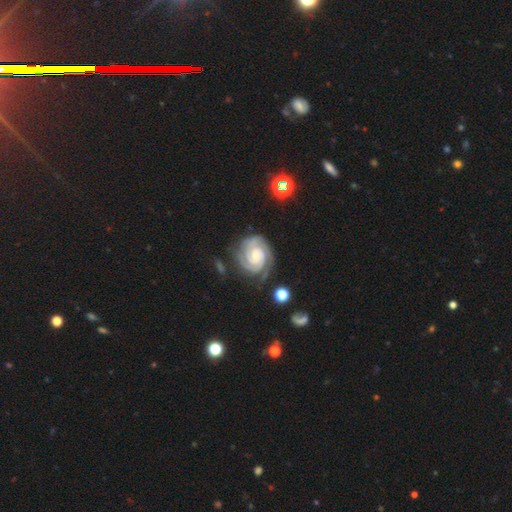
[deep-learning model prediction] Smooth or featured?
  - featured or disk: 91% *
  - smooth: 5%
  - star or artifact: 4%
Edge-on disk?
  - no: 98% *
  - yes: 2%
Bar?
  - no: 60% *
  - weak: 30%
  - strong: 10%
Spiral arms?
  - yes: 98% *
  - no: 2%
Spiral winding?
  - tight: 78% *
  - medium: 20%
  - loose: 2%
Spiral arm count?
  - 2: 48% *
  - 3: 28%
  - can't tell: 10%
  - 4: 6%
  - 1: 4%
  - more than 4: 4%
Bulge size?
  - small: 61% *
  - moderate: 31%
  - none: 4%
  - large: 3%
  - dominant: 1%
Merging?
  - none: 72% *
  - minor disturbance: 18%
  - major disturbance: 7%
  - merger: 2%